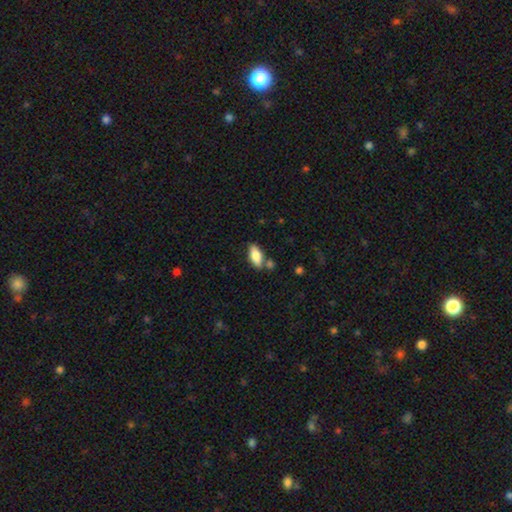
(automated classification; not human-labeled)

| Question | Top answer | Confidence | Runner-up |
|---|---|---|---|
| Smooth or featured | smooth | 79% | featured or disk (14%) |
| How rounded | in between | 84% | cigar-shaped (13%) |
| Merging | none | 72% | minor disturbance (14%) |